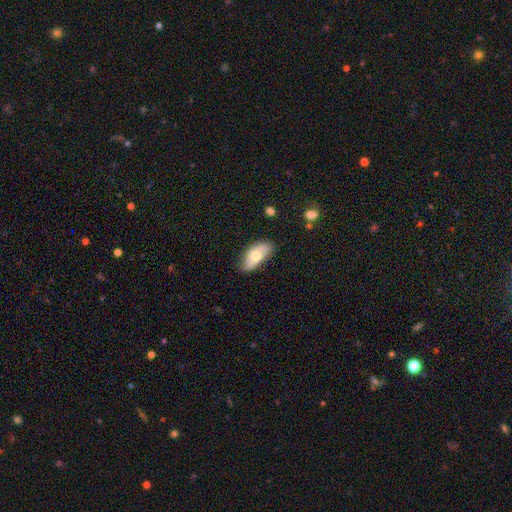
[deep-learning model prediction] Smooth or featured?
  - smooth: 50% *
  - featured or disk: 44%
  - star or artifact: 6%
Merging?
  - none: 73% *
  - minor disturbance: 21%
  - major disturbance: 4%
  - merger: 1%